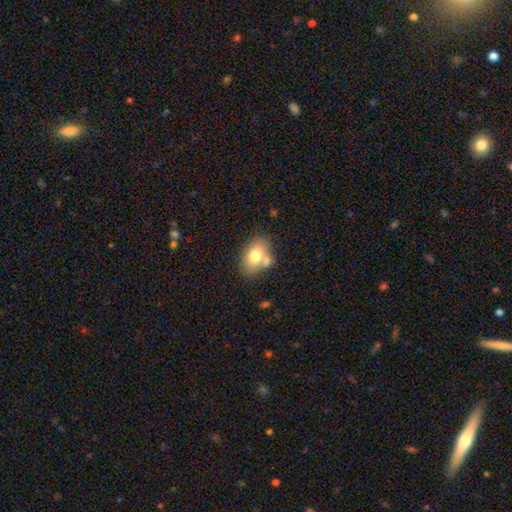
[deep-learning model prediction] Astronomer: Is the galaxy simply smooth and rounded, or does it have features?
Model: smooth — 72%.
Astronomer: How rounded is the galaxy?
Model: in between — 82%.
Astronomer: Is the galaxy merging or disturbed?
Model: none — 52% (runner-up: merger, 28%).